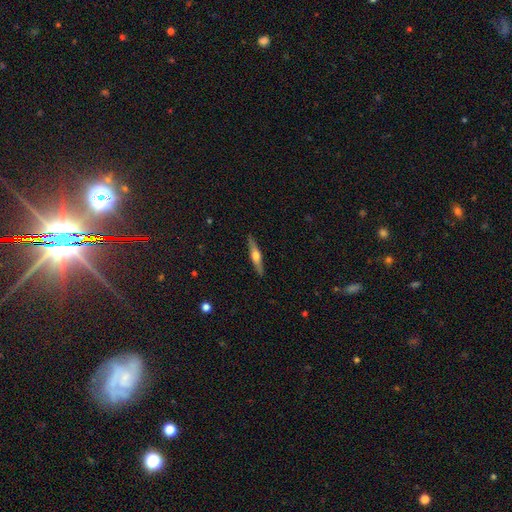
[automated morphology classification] Smooth or featured? featured or disk (59%)
Edge-on disk? yes (96%)
Edge-on bulge? rounded (89%)
Merging? none (90%)